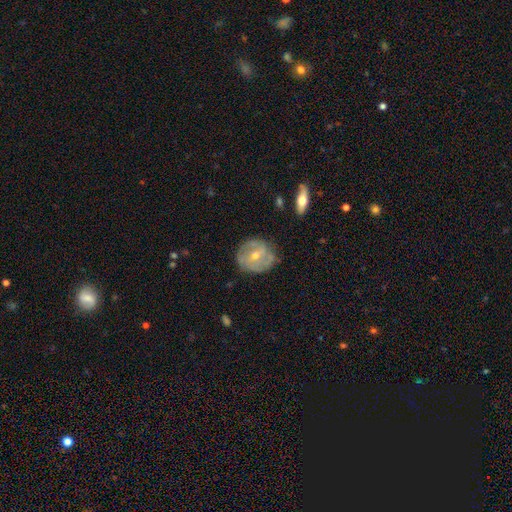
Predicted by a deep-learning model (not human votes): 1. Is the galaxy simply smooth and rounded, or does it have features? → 67% featured or disk, 25% smooth, 8% star or artifact.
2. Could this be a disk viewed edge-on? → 95% no, 5% yes.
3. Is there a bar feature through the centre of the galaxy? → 49% no, 38% weak, 13% strong.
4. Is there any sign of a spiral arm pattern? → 75% yes, 25% no.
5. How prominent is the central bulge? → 49% small, 48% moderate, 1% large, 1% none, 1% dominant.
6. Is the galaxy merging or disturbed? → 73% none, 20% minor disturbance, 5% major disturbance, 2% merger.